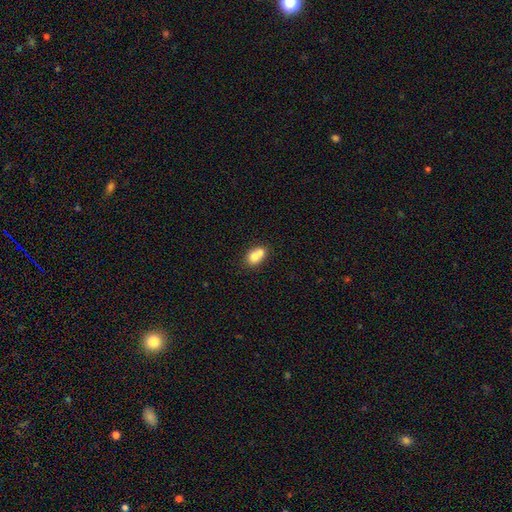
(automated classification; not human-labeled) A smooth galaxy with no disk features (71%) that is in between round and cigar-shaped (50%). Merging: merger (63%).